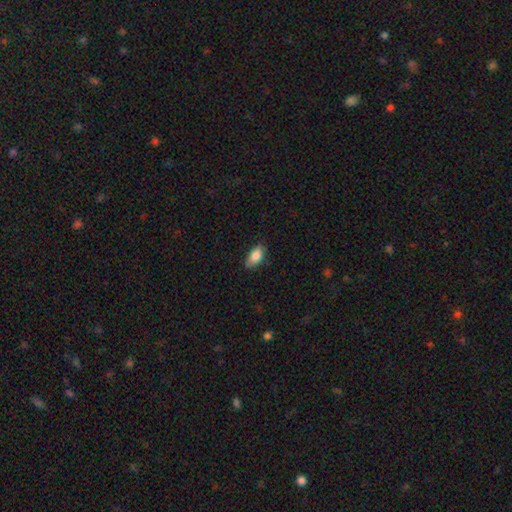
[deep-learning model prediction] Smooth or featured?
  - smooth: 85% *
  - featured or disk: 8%
  - star or artifact: 7%
How rounded?
  - in between: 91% *
  - cigar-shaped: 5%
  - round: 4%
Merging?
  - none: 76% *
  - minor disturbance: 19%
  - major disturbance: 3%
  - merger: 1%